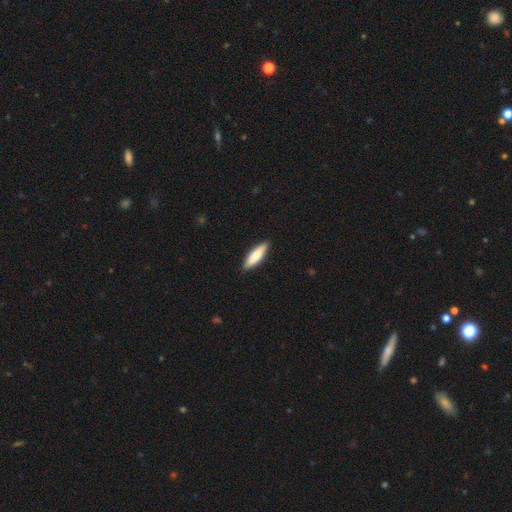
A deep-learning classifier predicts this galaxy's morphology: smooth-or-featured: smooth: 75% | featured or disk: 19% | star or artifact: 5%
  how-rounded: cigar-shaped: 60% | in between: 39% | round: 2%
  merging: none: 89% | minor disturbance: 8% | major disturbance: 2% | merger: 1%